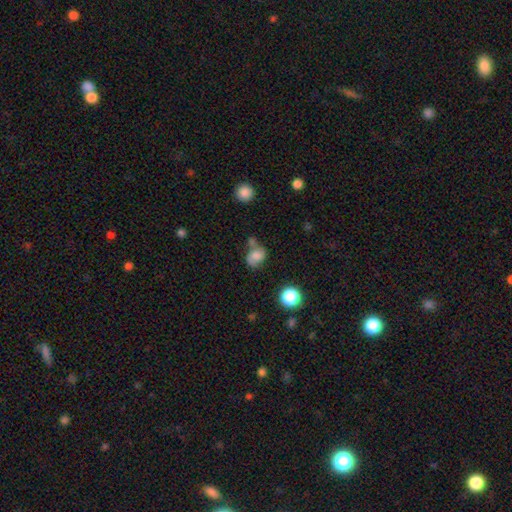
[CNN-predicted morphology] This appears to be a smooth galaxy with no disk features (68%) that is in between round and cigar-shaped (57%). Merging: none (42%).